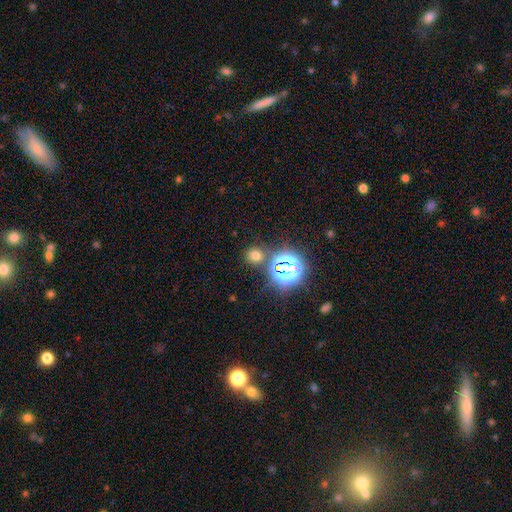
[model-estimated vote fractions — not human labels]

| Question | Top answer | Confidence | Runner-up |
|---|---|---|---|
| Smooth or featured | smooth | 60% | star or artifact (33%) |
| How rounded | round | 78% | in between (21%) |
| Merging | none | 81% | minor disturbance (8%) |